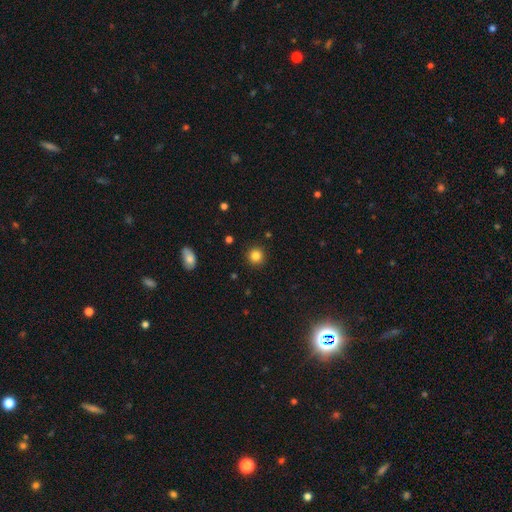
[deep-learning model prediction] A smooth galaxy with no disk features (84%) that is round (93%). Merging: none (91%).